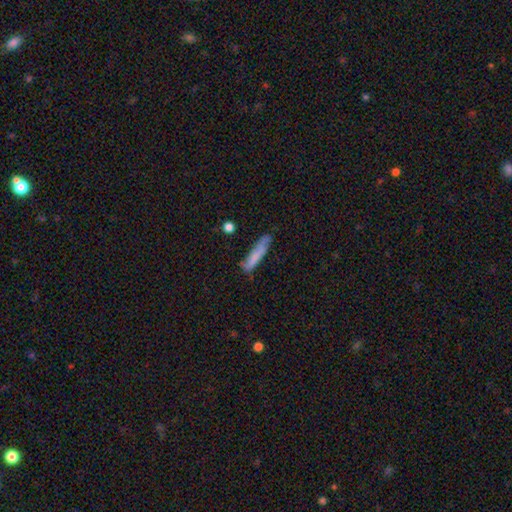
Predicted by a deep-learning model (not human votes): A smooth galaxy with no disk features (73%) that is cigar-shaped (89%). Merging: none (68%).